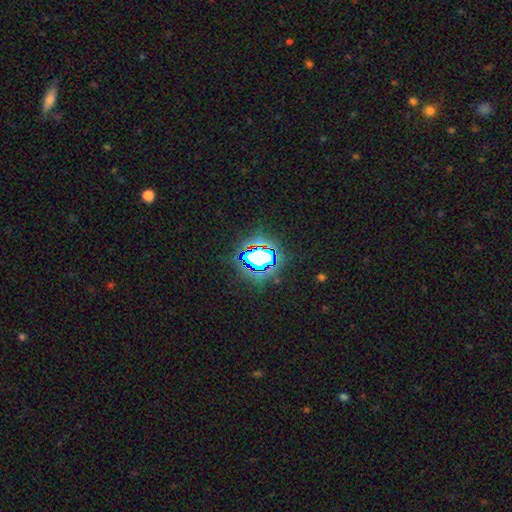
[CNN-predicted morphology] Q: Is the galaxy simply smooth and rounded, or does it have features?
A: star or artifact — 68%.